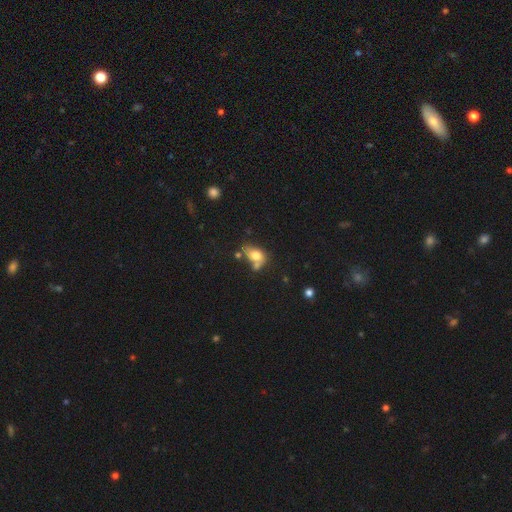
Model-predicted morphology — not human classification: A smooth galaxy with no disk features (72%) that is in between round and cigar-shaped (74%).

Vote fractions:
- Smooth or featured? smooth: 72% / featured or disk: 18% / star or artifact: 10%
- How rounded? in between: 74% / round: 24% / cigar-shaped: 2%
- Merging? none: 34% / merger: 33% / minor disturbance: 20% / major disturbance: 12%